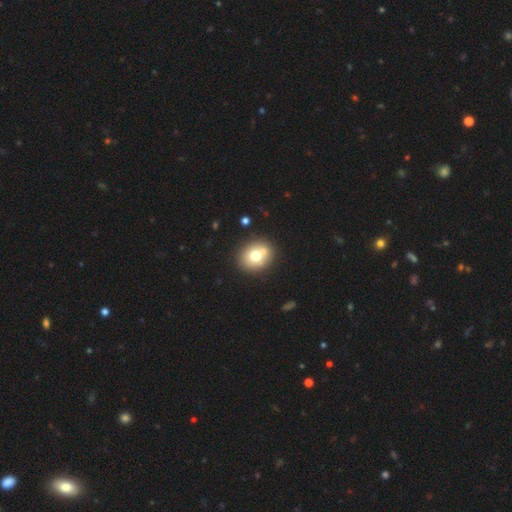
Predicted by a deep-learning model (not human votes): Smooth or featured? Predicted: smooth (p=0.70). How rounded? Predicted: round (p=0.68). Merging? Predicted: none (p=0.72).